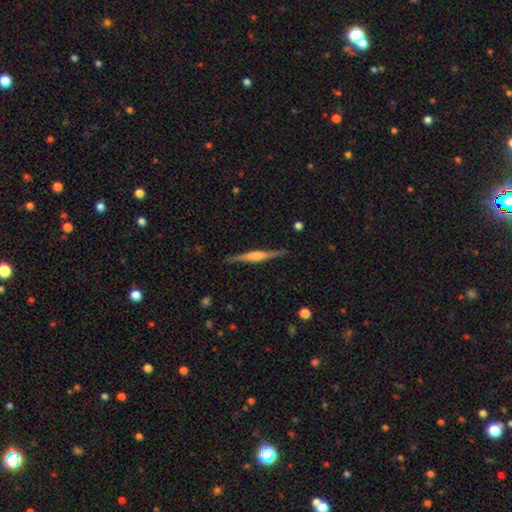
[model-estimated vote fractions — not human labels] A featured or disk galaxy (78%) viewed edge-on (98%) with a rounded central bulge (65%).

Vote fractions:
- Smooth or featured? featured or disk: 78% / smooth: 16% / star or artifact: 6%
- Edge-on disk? yes: 98% / no: 2%
- Edge-on bulge? rounded: 65% / boxy: 27% / none: 8%
- Merging? none: 90% / minor disturbance: 8% / major disturbance: 2% / merger: 1%